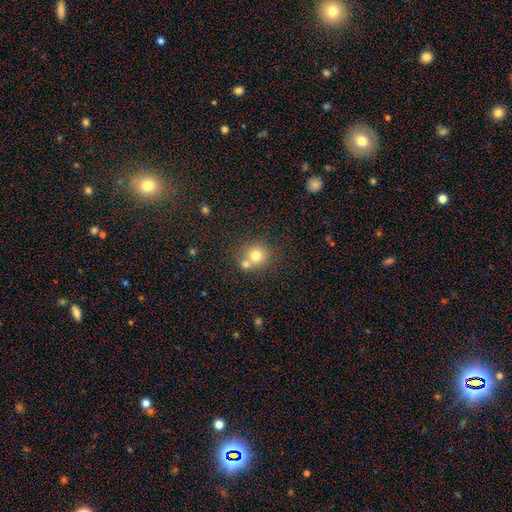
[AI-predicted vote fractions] This is likely a smooth galaxy (74%). How rounded: clearly round (87%). Merging: possibly none (53%).